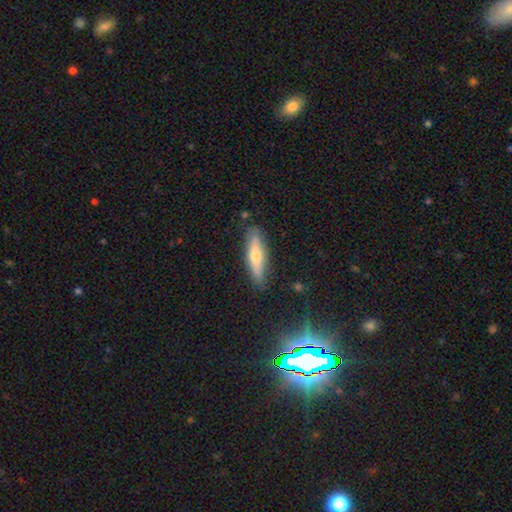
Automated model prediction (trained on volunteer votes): smooth_or_featured: smooth (p=0.48) [alt: featured or disk p=0.39]
merging: none (p=0.86) [alt: minor disturbance p=0.11]